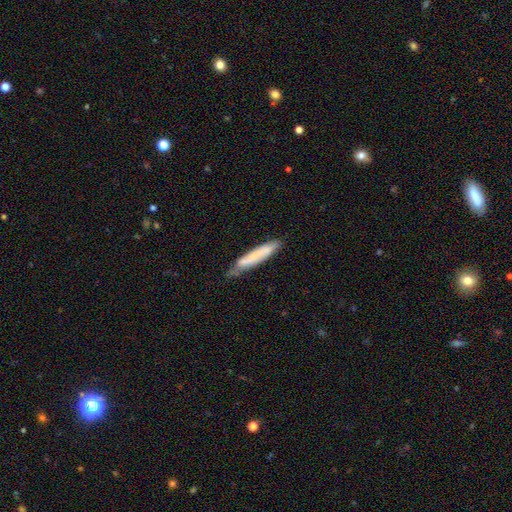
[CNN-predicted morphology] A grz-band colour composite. It shows a smooth galaxy with no disk features (64%) that is cigar-shaped (89%). Merging: none (63%).